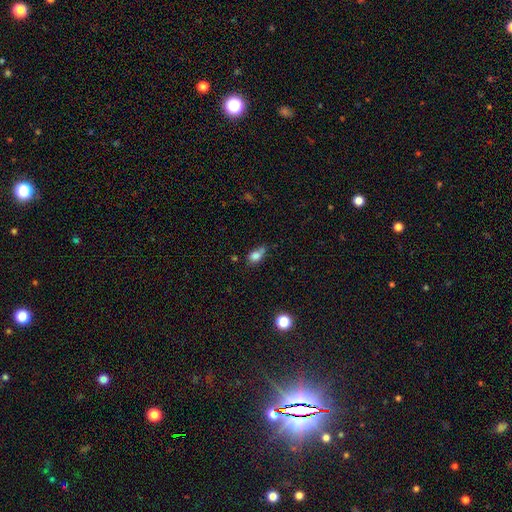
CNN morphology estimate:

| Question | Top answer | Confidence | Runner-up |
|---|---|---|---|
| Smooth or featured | smooth | 79% | star or artifact (11%) |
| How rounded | in between | 73% | round (22%) |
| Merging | none | 39% | minor disturbance (36%) |